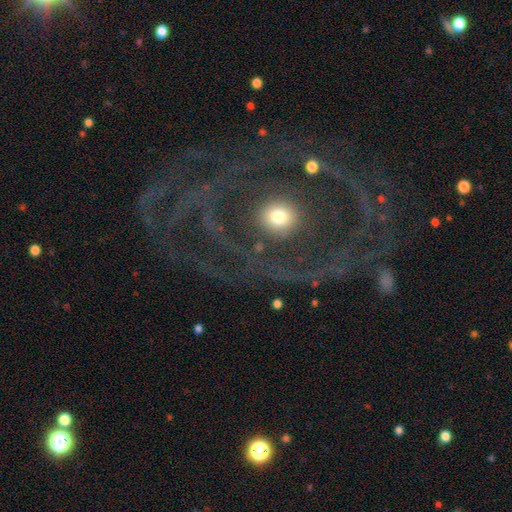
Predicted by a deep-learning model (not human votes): This appears to be a featured or disk galaxy (80%) with no bar (78%), tight (65%) spiral arms (66%) and a moderate central bulge (58%). Merging: none (72%).